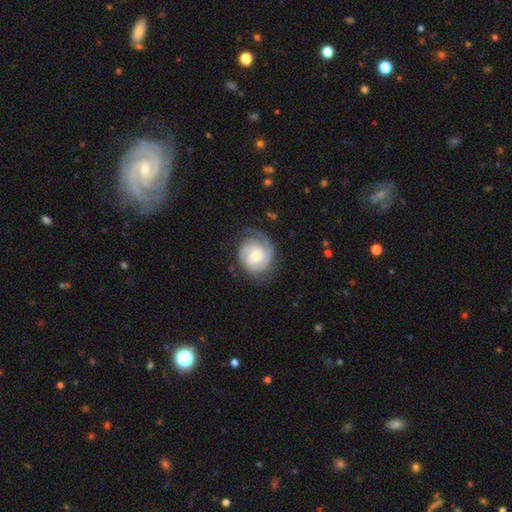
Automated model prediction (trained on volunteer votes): Overall: featured or disk (83%). Edge-on disk: no (98%). Bar: no (74%). Spiral arms: yes (96%). Spiral arm count: 2 (38%; 3 24%). Spiral winding: tight (71%). Bulge size: small (50%; moderate 44%). Merging: none (71%).